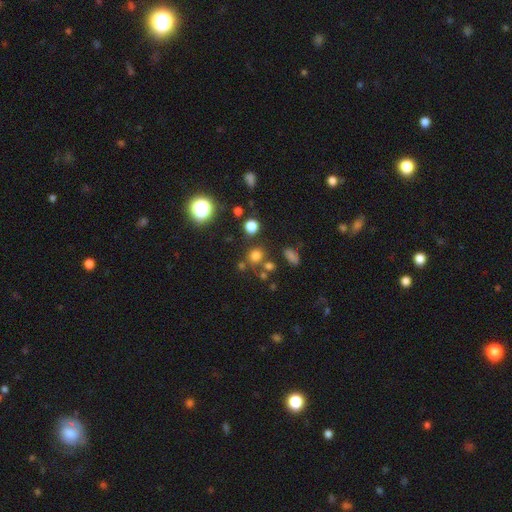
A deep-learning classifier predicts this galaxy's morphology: Overall: smooth (70%). How rounded: round (80%). Merging: none (73%).